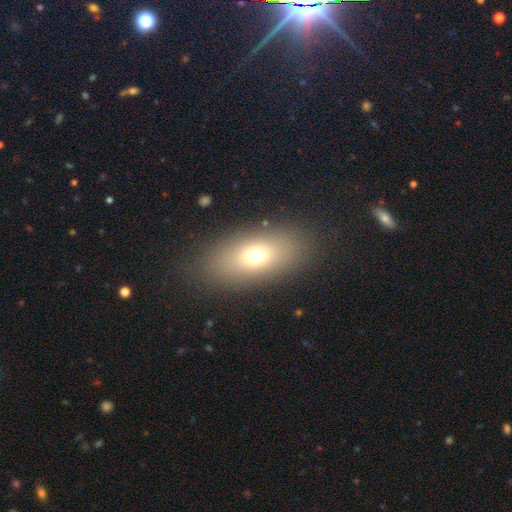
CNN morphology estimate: smooth 70%, featured or disk 18%, star or artifact 12%. Down the decision tree: how rounded — in between (86%); merging — none (85%).